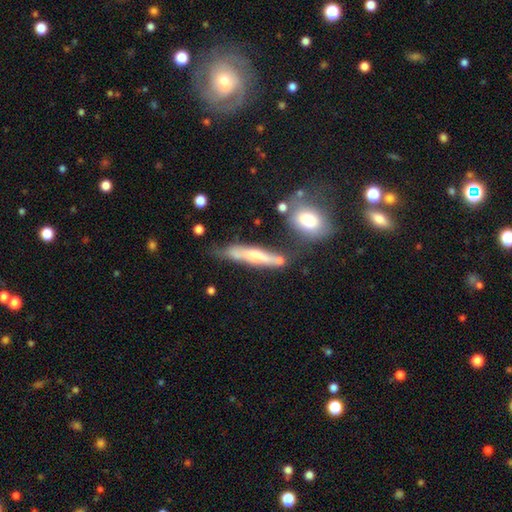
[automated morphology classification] Overall: smooth (54%; featured or disk 38%). How rounded: cigar-shaped (85%). Merging: none (49%; minor disturbance 24%).